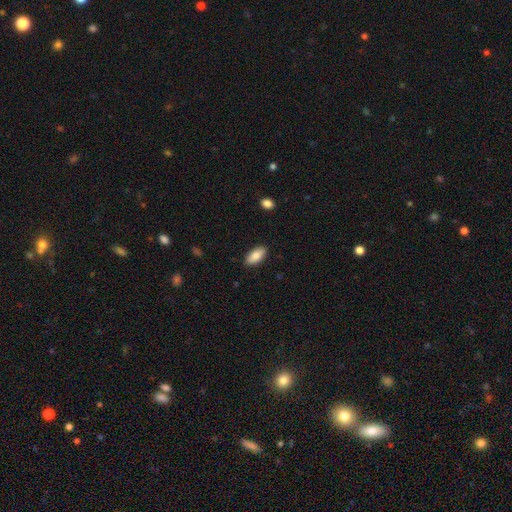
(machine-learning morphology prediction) A smooth galaxy with no disk features (86%) that is in between round and cigar-shaped (89%). Merging: none (88%).